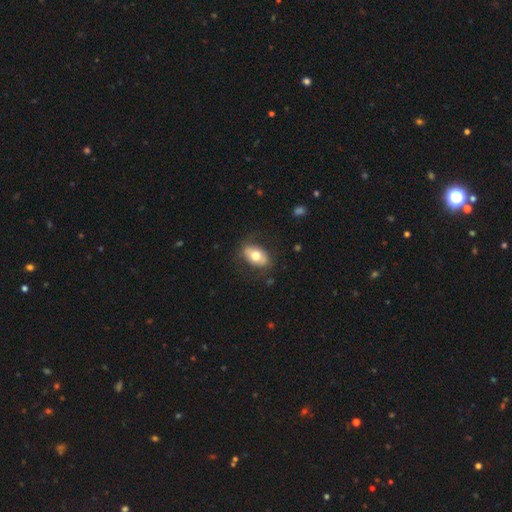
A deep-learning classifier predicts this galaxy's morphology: This is likely a smooth galaxy (65%). How rounded: clearly in between (88%). Merging: likely none (78%).